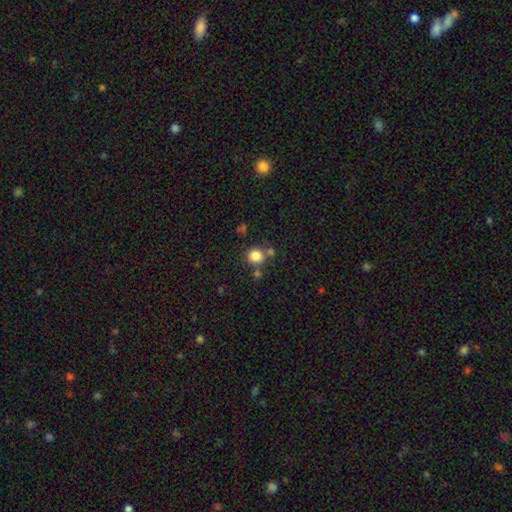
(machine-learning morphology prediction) smooth 82%, star or artifact 12%, featured or disk 6%. Down the decision tree: how rounded — round (90%); merging — none (71%).